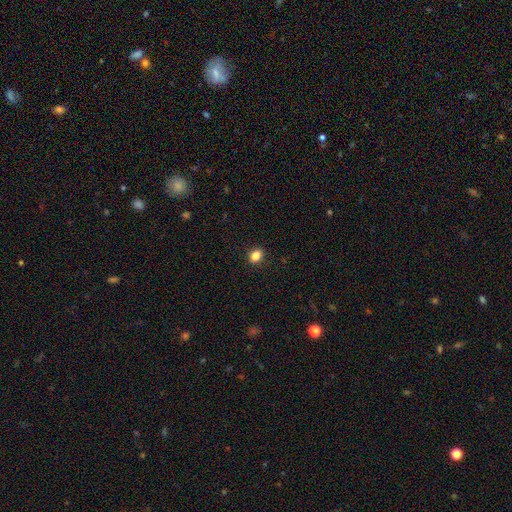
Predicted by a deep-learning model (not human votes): A smooth galaxy with no disk features (85%) that is in between round and cigar-shaped (60%). Merging: none (90%).